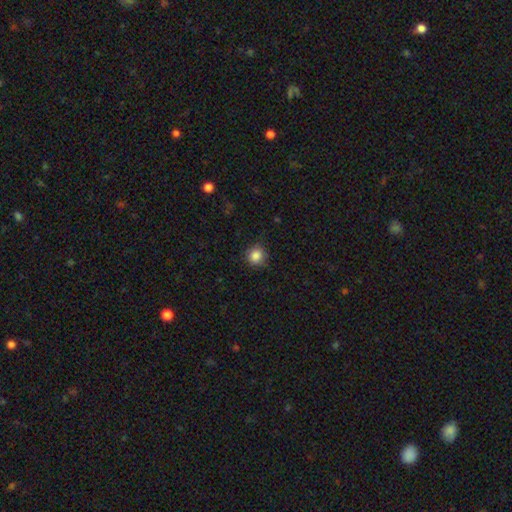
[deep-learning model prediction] A smooth galaxy with no disk features (85%) that is round (91%). Merging: none (82%).